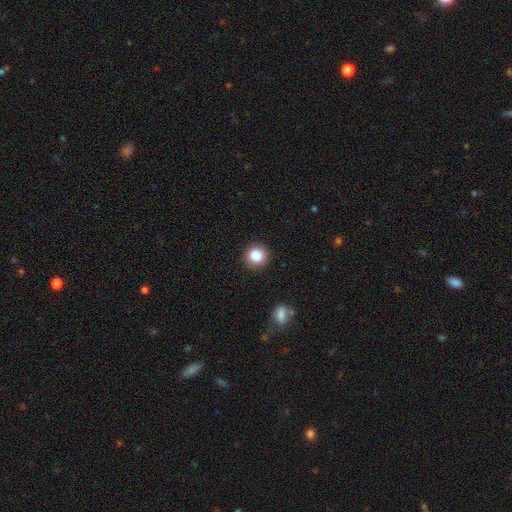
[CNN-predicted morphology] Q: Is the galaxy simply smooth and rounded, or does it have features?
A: smooth — 85%.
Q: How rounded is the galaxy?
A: round — 91%.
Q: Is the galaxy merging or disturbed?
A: none — 90%.